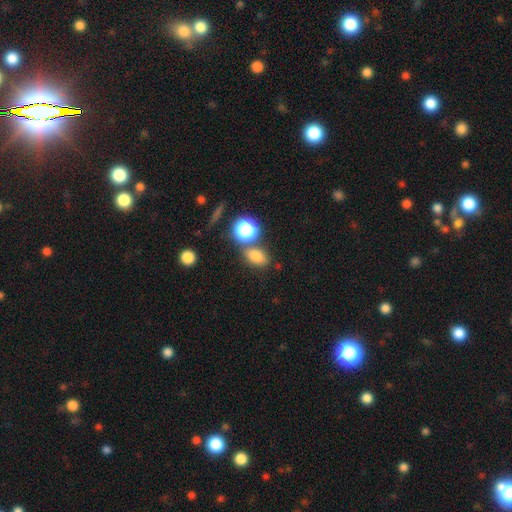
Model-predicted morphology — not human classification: Smooth or featured? Predicted: smooth (p=0.76). How rounded? Predicted: in between (p=0.71). Merging? Predicted: none (p=0.67).